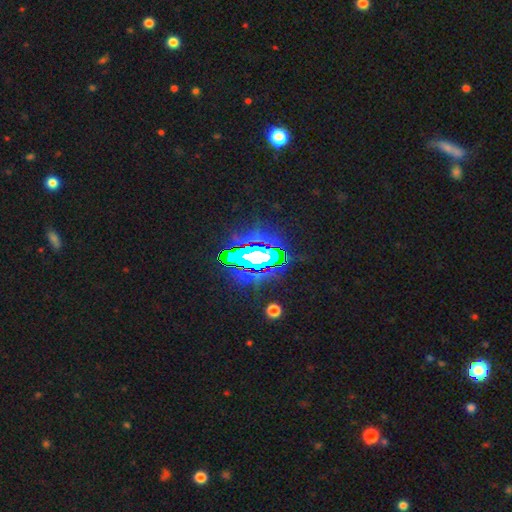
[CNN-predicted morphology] A star or artifact, not a galaxy (67%).

Vote fractions:
- Smooth or featured? star or artifact: 67% / featured or disk: 18% / smooth: 15%